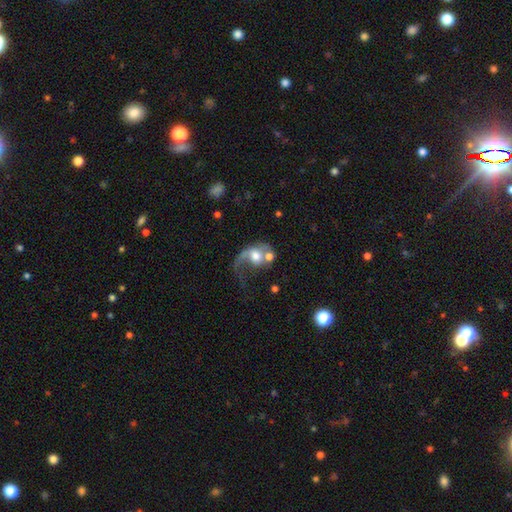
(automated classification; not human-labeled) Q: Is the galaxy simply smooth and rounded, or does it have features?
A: featured or disk — 56%.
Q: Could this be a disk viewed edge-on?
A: no — 96%.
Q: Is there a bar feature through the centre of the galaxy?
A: no — 71%.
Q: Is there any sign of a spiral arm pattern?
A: yes — 75%.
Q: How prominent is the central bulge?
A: moderate — 50%.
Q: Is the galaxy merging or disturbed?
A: major disturbance — 42%.